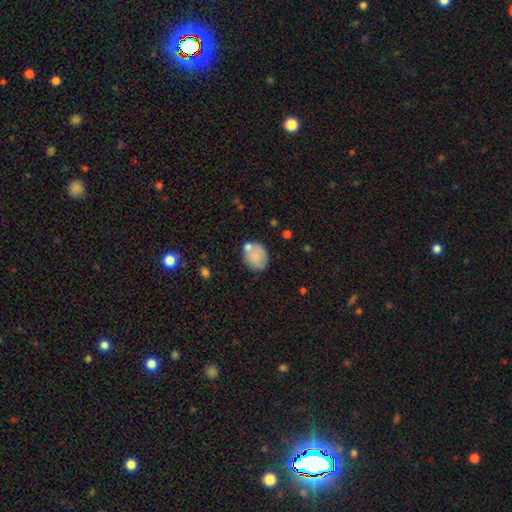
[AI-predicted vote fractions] Q: Smooth or featured?
A: smooth (80%); runner-up: featured or disk (12%)
Q: How rounded?
A: in between (50%); runner-up: round (49%)
Q: Merging?
A: none (60%); runner-up: minor disturbance (19%)